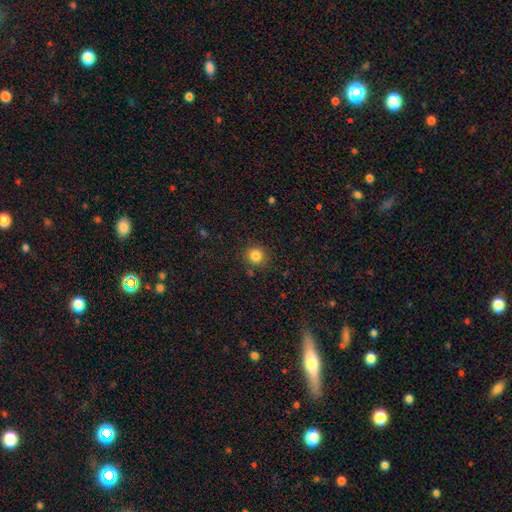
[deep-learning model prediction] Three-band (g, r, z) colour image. It shows a smooth galaxy with no disk features (83%) that is round (92%). Merging: none (87%).